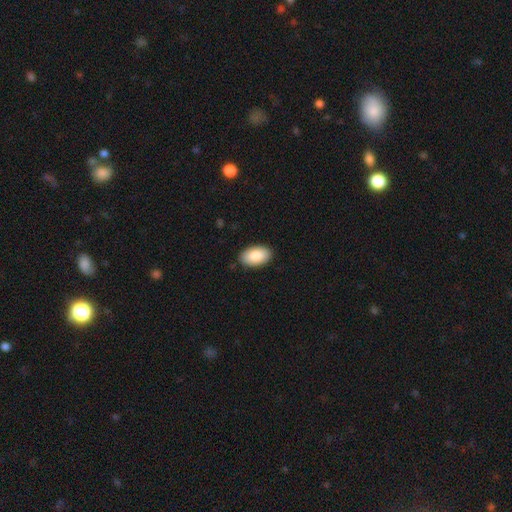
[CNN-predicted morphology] type=smooth (87%); roundness=in between (95%); merging=none (88%).